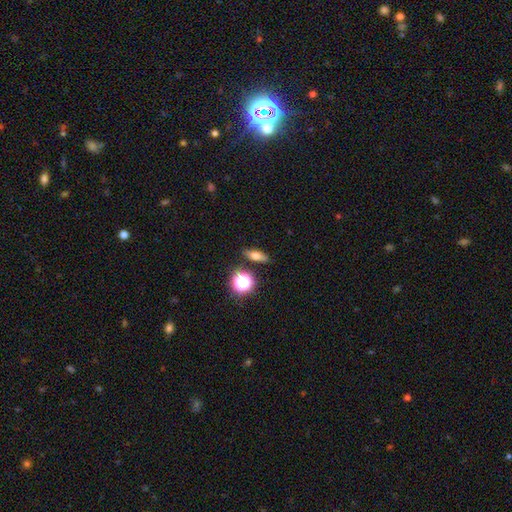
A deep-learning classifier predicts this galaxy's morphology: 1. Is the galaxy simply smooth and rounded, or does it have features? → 61% smooth, 25% featured or disk, 15% star or artifact.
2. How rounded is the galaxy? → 51% in between, 32% cigar-shaped, 17% round.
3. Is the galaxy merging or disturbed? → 85% none, 9% minor disturbance, 3% merger, 3% major disturbance.